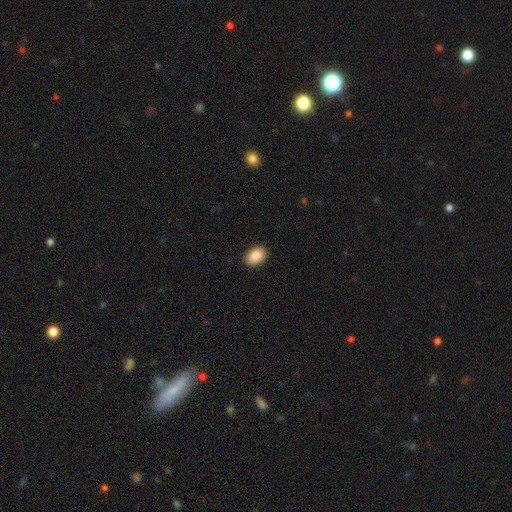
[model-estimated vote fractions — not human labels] A smooth galaxy with no disk features (90%) that is in between round and cigar-shaped (85%). Merging: none (89%).